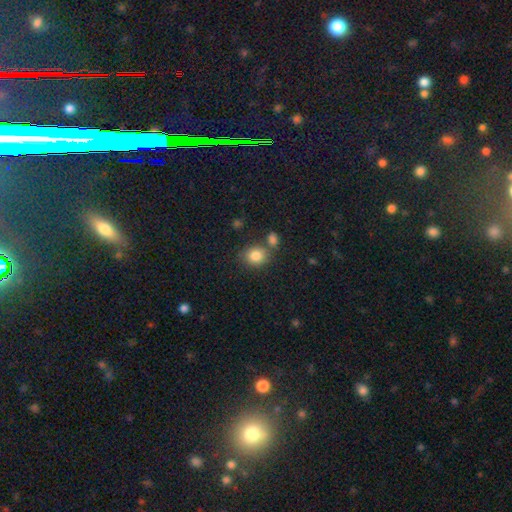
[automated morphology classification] Smooth or featured? smooth (83%)
How rounded? round (65%)
Merging? none (66%)